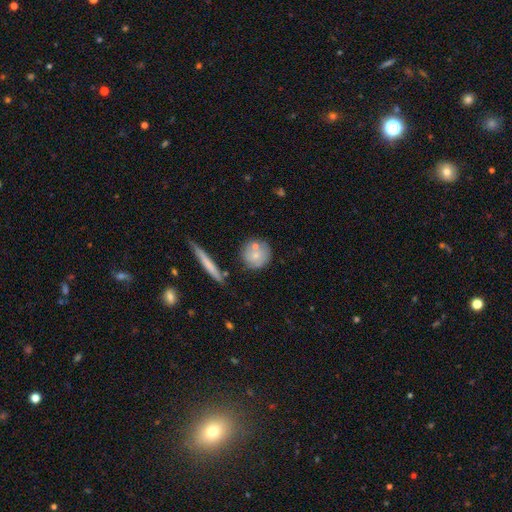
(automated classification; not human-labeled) Smooth or featured? Predicted: smooth (p=0.67). How rounded? Predicted: round (p=0.89). Merging? Predicted: none (p=0.65).